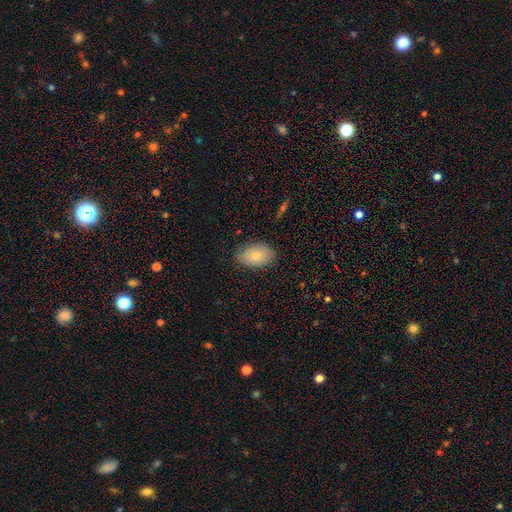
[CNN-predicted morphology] The model was most divided on "smooth or featured": smooth: 74%, featured or disk: 19%, star or artifact: 8%. More confident: how rounded — in between (85%); merging — none (82%).